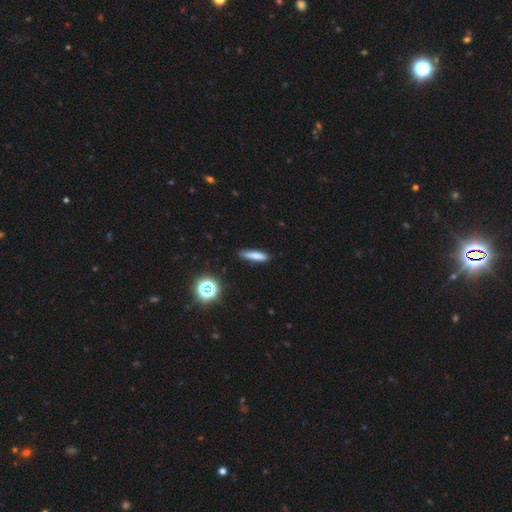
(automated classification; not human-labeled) Morphology: type=smooth (77%); roundness=cigar-shaped (80%); merging=none (82%).